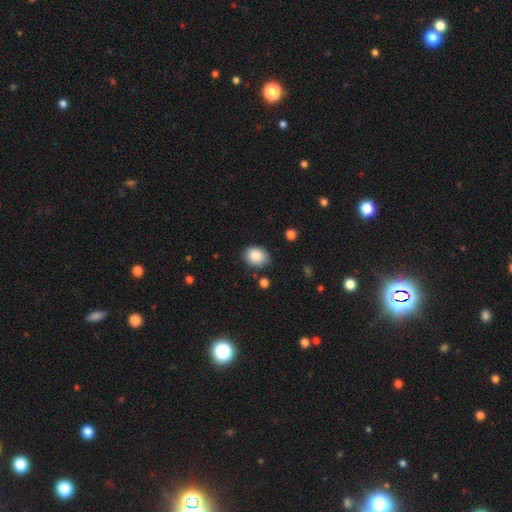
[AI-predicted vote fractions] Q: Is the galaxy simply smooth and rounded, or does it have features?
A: smooth — 87%.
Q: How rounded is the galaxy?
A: in between — 57%.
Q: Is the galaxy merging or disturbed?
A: none — 75%.